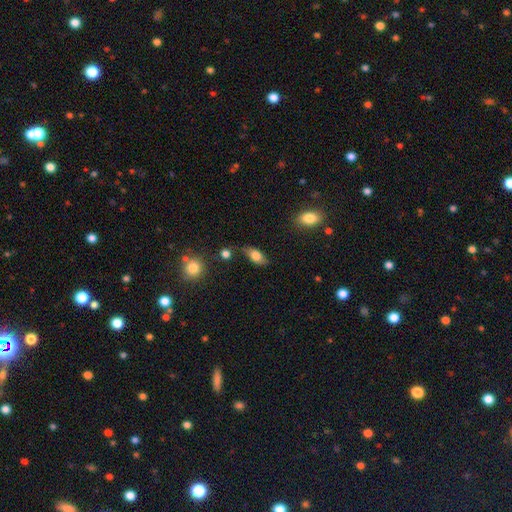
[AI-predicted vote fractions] This is likely a smooth galaxy (72%). How rounded: clearly in between (84%). Merging: likely none (65%).